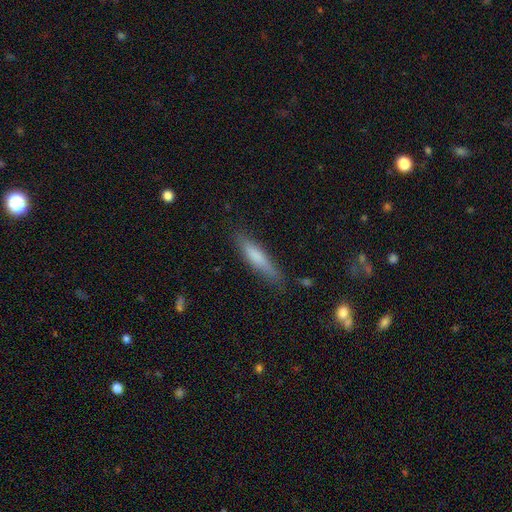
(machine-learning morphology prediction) Smooth or featured: smooth — 69% (featured or disk — 24%)
How rounded: cigar-shaped — 84% (in between — 14%)
Merging: none — 81% (minor disturbance — 14%)